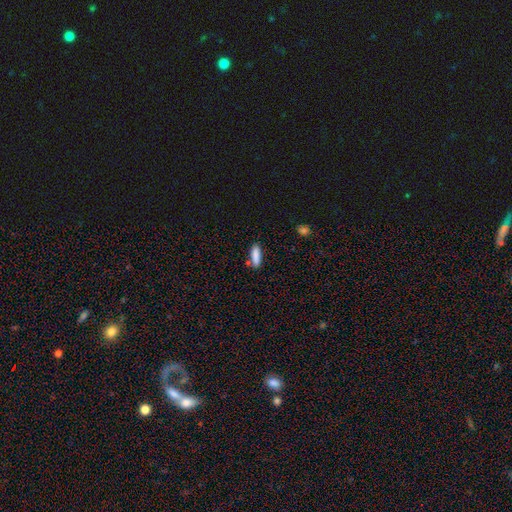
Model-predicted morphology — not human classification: smooth-or-featured: smooth: 87% | star or artifact: 7% | featured or disk: 6%
  how-rounded: cigar-shaped: 56% | in between: 42% | round: 2%
  merging: none: 78% | minor disturbance: 13% | merger: 6% | major disturbance: 3%